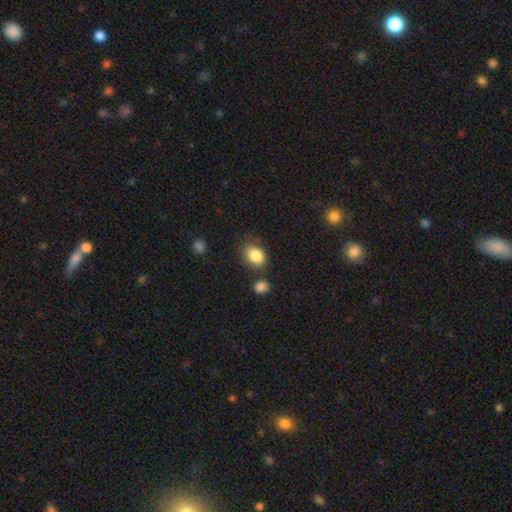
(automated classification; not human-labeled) A smooth galaxy with no disk features (86%) that is in between round and cigar-shaped (71%).

Vote fractions:
- Smooth or featured? smooth: 86% / star or artifact: 8% / featured or disk: 6%
- How rounded? in between: 71% / round: 28% / cigar-shaped: 1%
- Merging? none: 71% / minor disturbance: 15% / merger: 8% / major disturbance: 5%